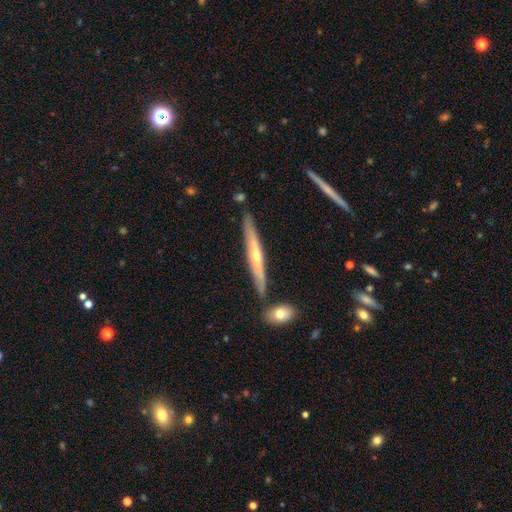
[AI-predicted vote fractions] A featured or disk galaxy (70%) viewed edge-on (96%) with a rounded central bulge (74%).

Vote fractions:
- Smooth or featured? featured or disk: 70% / smooth: 22% / star or artifact: 7%
- Edge-on disk? yes: 96% / no: 4%
- Edge-on bulge? rounded: 74% / none: 22% / boxy: 4%
- Merging? none: 84% / minor disturbance: 10% / merger: 4% / major disturbance: 2%